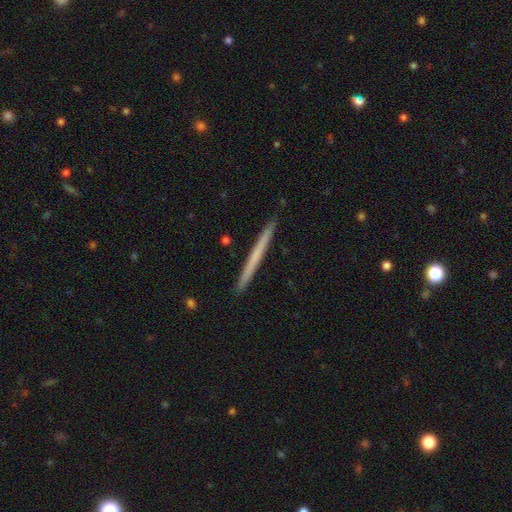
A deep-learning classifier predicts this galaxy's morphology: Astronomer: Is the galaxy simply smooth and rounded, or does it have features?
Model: smooth — 52% (runner-up: featured or disk, 43%).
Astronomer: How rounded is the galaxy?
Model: cigar-shaped — 98%.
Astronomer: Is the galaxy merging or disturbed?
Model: none — 92%.